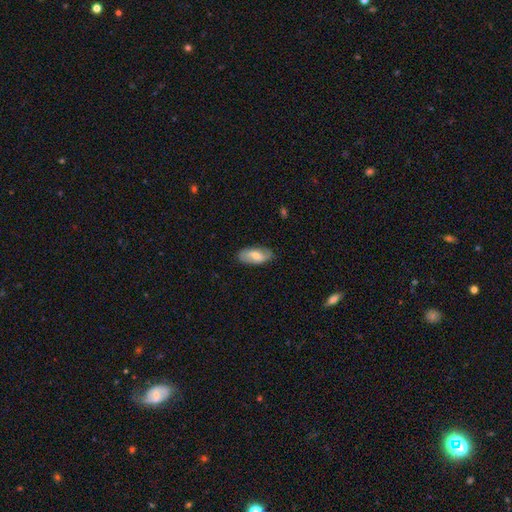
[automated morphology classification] Overall: smooth (53%; featured or disk 41%). How rounded: in between (90%). Merging: none (83%).